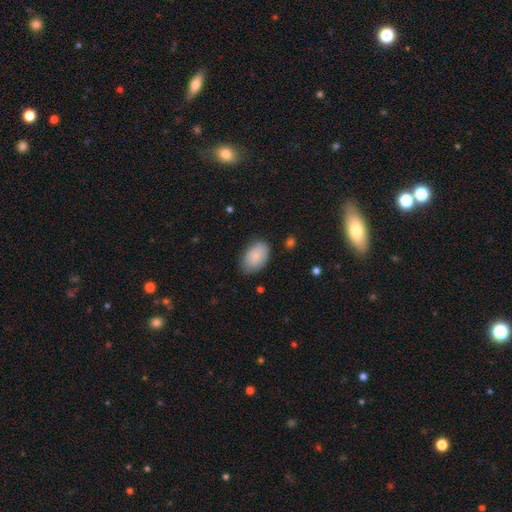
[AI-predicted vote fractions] smooth-or-featured: smooth: 86% | featured or disk: 8% | star or artifact: 6%
  how-rounded: in between: 92% | round: 7% | cigar-shaped: 1%
  merging: none: 79% | minor disturbance: 17% | major disturbance: 3% | merger: 1%